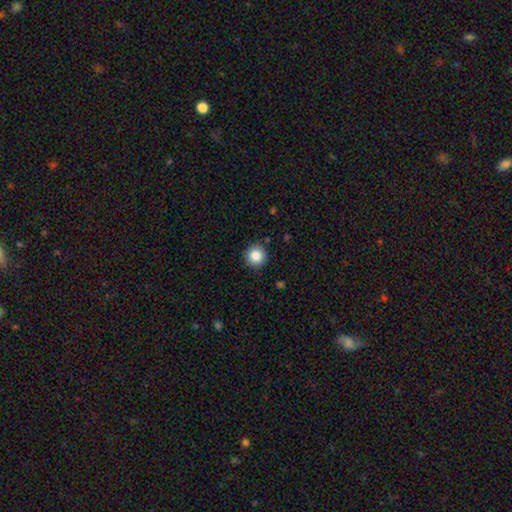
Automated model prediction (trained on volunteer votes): A smooth galaxy with no disk features (84%) that is round (95%). Merging: none (91%).